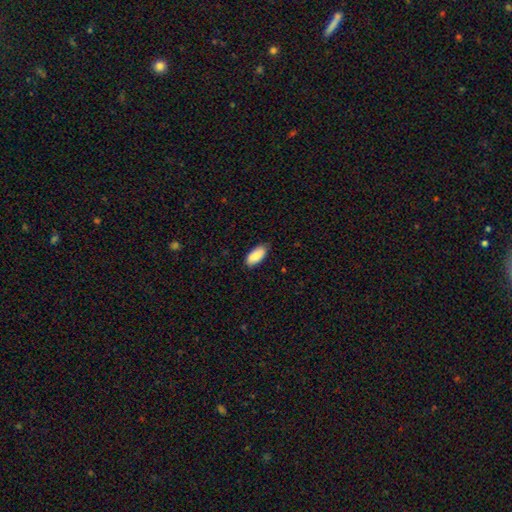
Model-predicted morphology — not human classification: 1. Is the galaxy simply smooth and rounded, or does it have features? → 89% smooth, 6% star or artifact, 5% featured or disk.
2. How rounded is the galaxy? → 90% in between, 9% cigar-shaped, 2% round.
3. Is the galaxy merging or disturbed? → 82% none, 15% minor disturbance, 2% major disturbance, 1% merger.